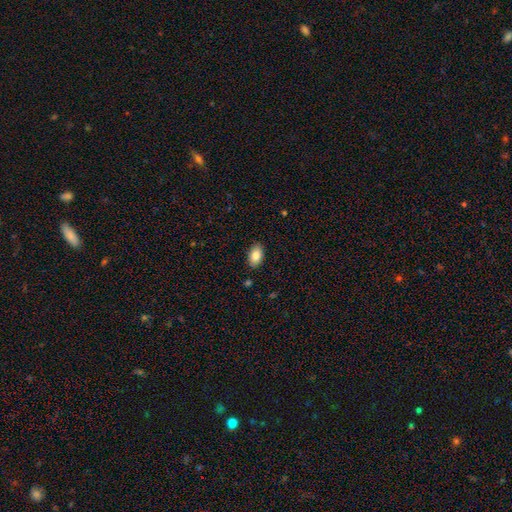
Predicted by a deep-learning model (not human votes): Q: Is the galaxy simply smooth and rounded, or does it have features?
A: smooth — 82%.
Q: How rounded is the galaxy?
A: in between — 92%.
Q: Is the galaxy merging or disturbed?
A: none — 88%.